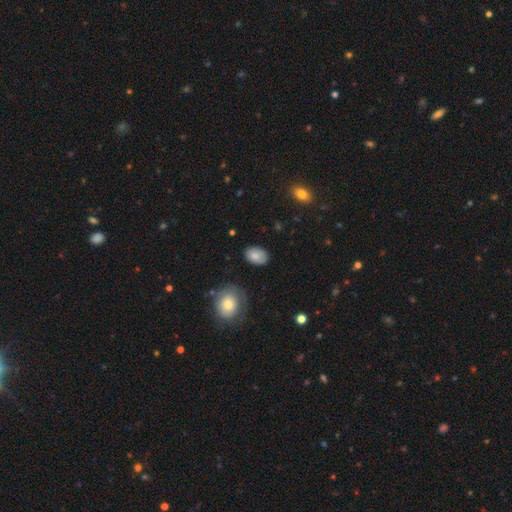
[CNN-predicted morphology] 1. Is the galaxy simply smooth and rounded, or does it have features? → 79% smooth, 13% featured or disk, 7% star or artifact.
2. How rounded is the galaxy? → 87% in between, 11% round, 1% cigar-shaped.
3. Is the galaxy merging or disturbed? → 84% none, 12% minor disturbance, 3% major disturbance, 2% merger.